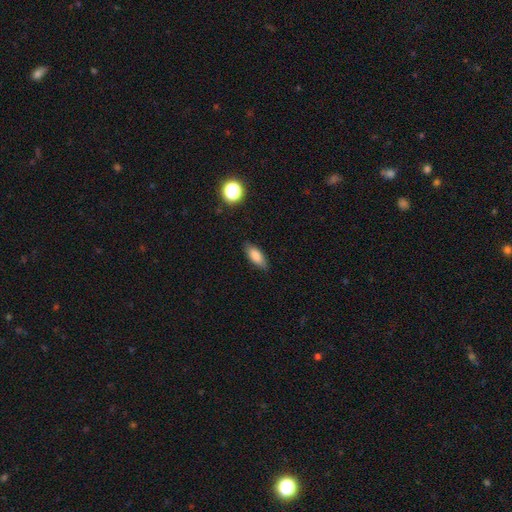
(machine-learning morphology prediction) A smooth galaxy with no disk features (83%) that is in between round and cigar-shaped (78%). Merging: none (82%).